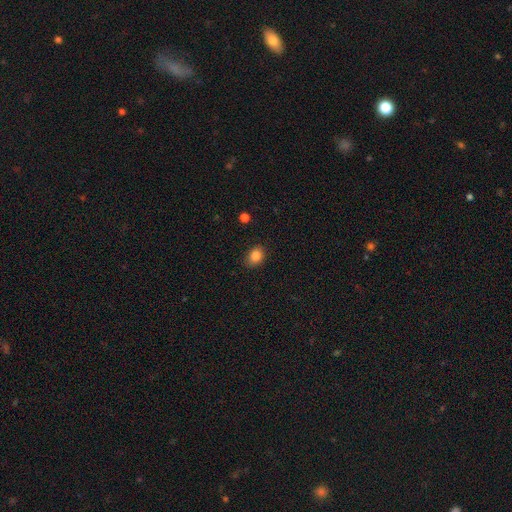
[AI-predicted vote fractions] This is clearly a smooth galaxy (85%). How rounded: likely in between (60%). Merging: clearly none (83%).